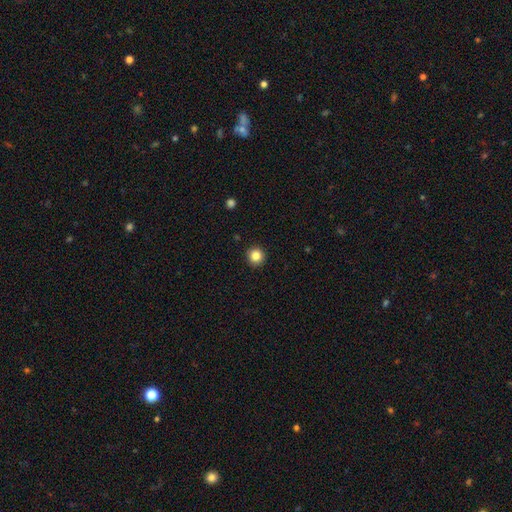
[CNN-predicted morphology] The model was most divided on "smooth or featured": smooth: 84%, star or artifact: 11%, featured or disk: 5%. More confident: how rounded — round (95%); merging — none (93%).